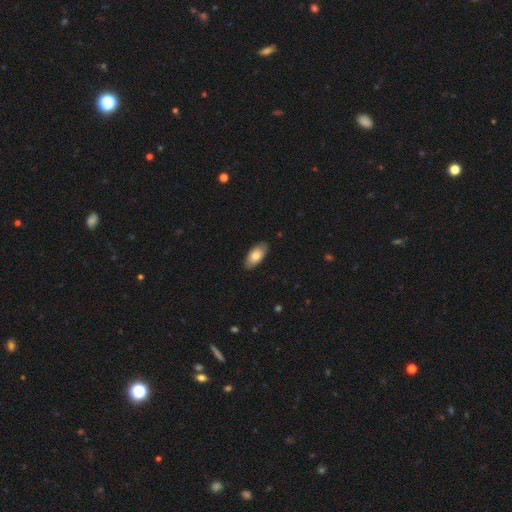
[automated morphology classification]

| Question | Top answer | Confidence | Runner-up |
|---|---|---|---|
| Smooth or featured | smooth | 82% | featured or disk (12%) |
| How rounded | in between | 93% | cigar-shaped (5%) |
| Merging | none | 88% | minor disturbance (10%) |